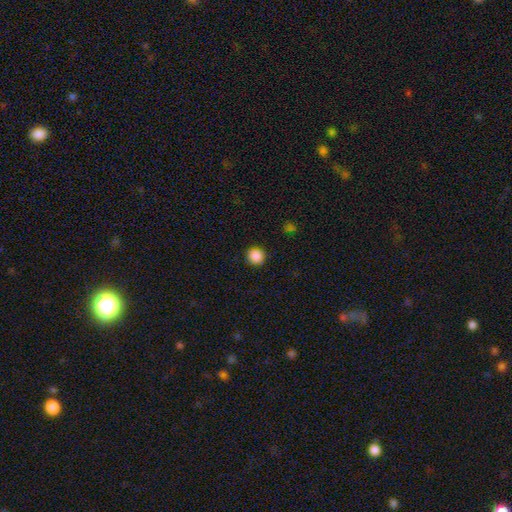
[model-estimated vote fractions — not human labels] This is clearly a smooth galaxy (88%). How rounded: clearly round (93%). Merging: clearly none (92%).